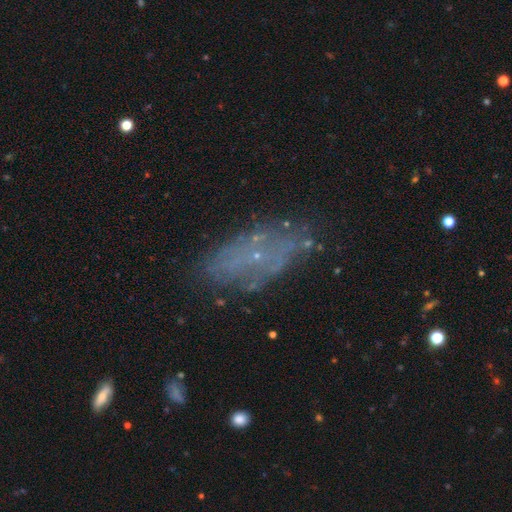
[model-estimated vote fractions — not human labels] Smooth or featured? featured or disk (53%)
Edge-on disk? no (90%)
Merging? none (64%)